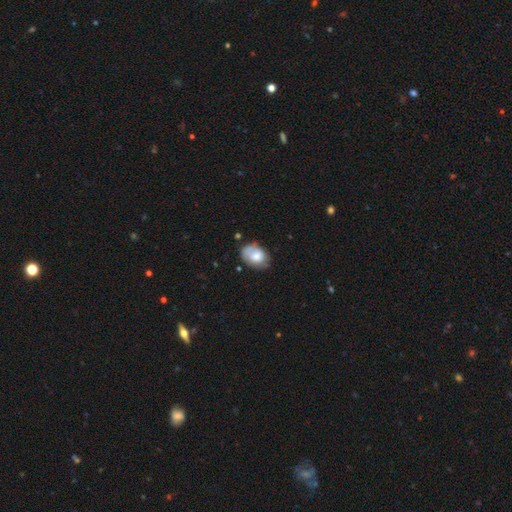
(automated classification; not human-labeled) A smooth galaxy with no disk features (70%) that is in between round and cigar-shaped (78%). Merging: none (52%).